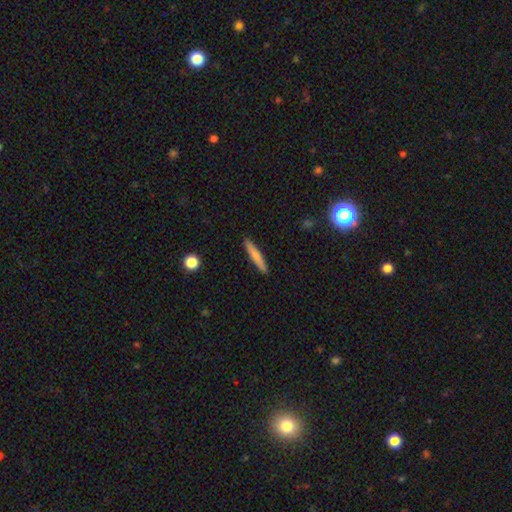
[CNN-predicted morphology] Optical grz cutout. It shows a smooth galaxy with no disk features (68%) that is cigar-shaped (93%). Merging: none (91%).